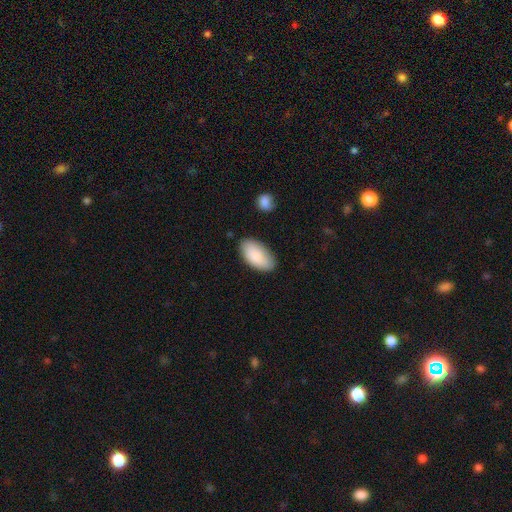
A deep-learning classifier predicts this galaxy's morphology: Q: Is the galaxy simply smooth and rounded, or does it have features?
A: smooth — 86%.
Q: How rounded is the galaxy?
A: in between — 95%.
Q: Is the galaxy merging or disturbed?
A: none — 81%.